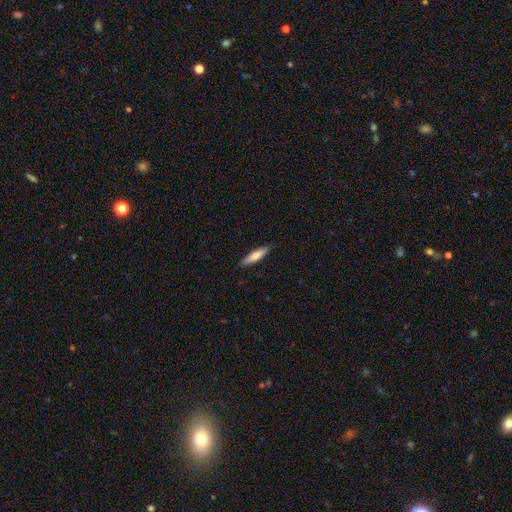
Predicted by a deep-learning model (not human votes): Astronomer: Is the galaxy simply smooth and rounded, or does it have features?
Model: smooth — 76%.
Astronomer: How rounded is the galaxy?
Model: cigar-shaped — 78%.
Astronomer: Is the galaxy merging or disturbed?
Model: none — 88%.